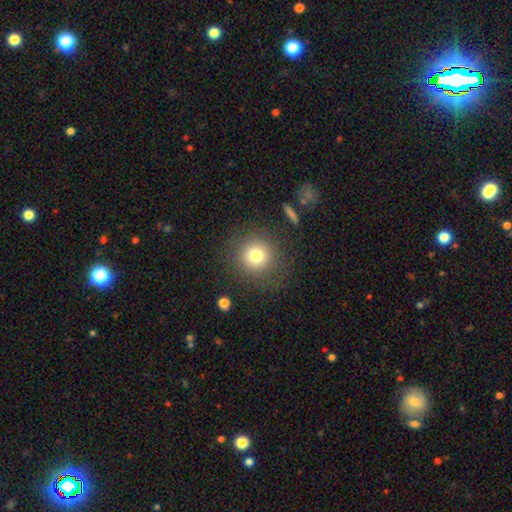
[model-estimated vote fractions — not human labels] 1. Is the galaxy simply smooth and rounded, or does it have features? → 76% smooth, 13% star or artifact, 11% featured or disk.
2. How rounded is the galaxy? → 93% round, 6% in between, 1% cigar-shaped.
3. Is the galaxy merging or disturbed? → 84% none, 9% minor disturbance, 5% major disturbance, 2% merger.